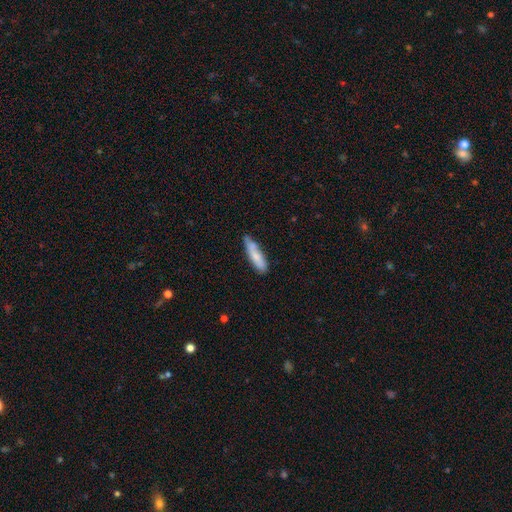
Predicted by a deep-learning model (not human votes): smooth_or_featured: smooth (p=0.74) [alt: featured or disk p=0.20]
how_rounded: cigar-shaped (p=0.73) [alt: in between p=0.26]
merging: none (p=0.63) [alt: minor disturbance p=0.26]